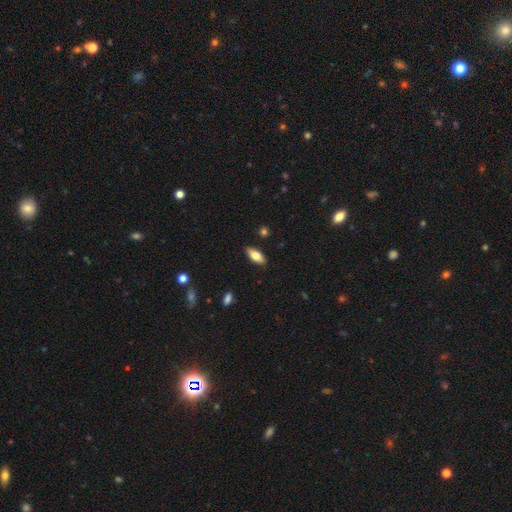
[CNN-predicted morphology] This is likely a smooth galaxy (76%). How rounded: clearly in between (82%). Merging: clearly none (88%).